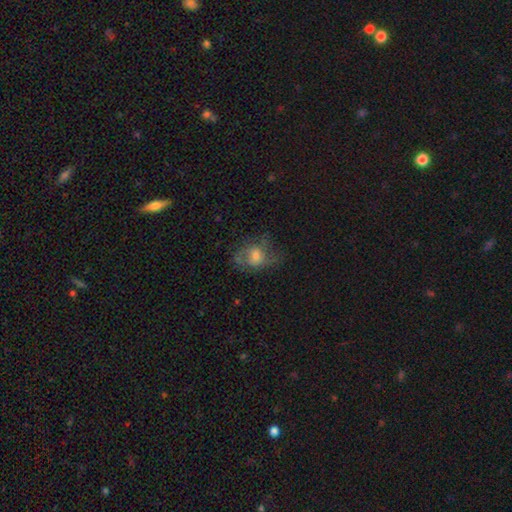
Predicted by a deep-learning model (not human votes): This is marginally a smooth galaxy (44%). Merging: possibly none (49%).